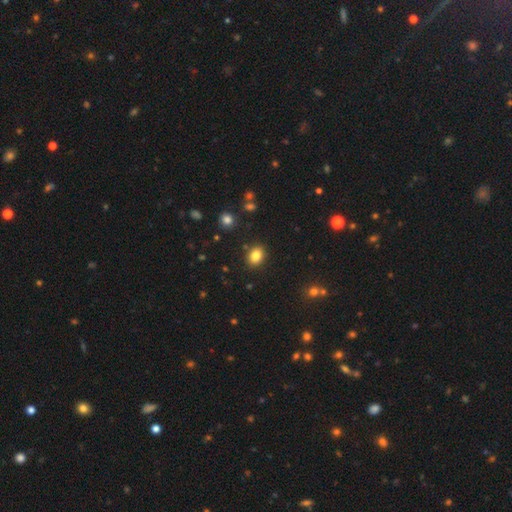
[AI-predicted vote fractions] This appears to be a smooth galaxy with no disk features (84%) that is in between round and cigar-shaped (56%). Merging: none (86%).